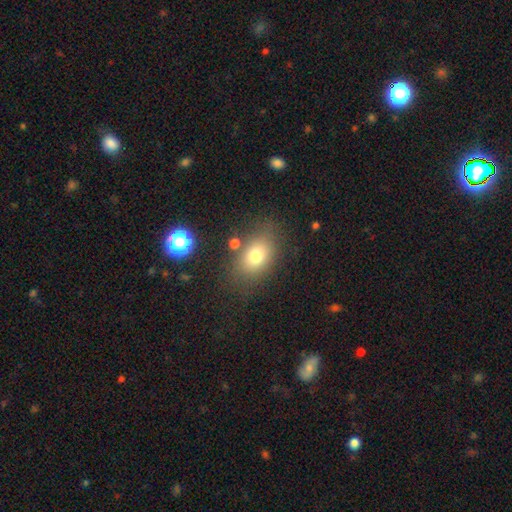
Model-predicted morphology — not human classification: Smooth or featured? Predicted: smooth (p=0.76). How rounded? Predicted: in between (p=0.76). Merging? Predicted: none (p=0.74).